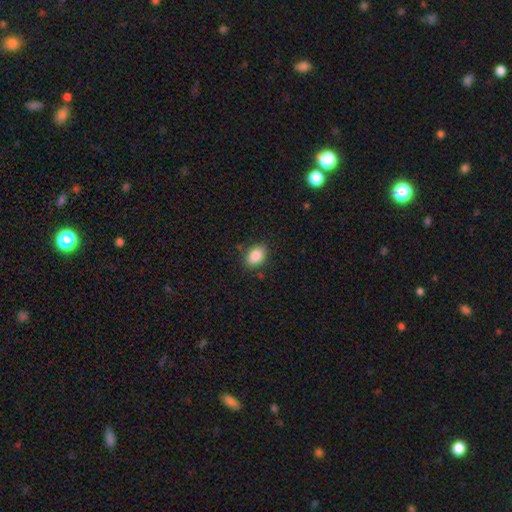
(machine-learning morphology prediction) Smooth or featured? smooth (88%)
How rounded? in between (82%)
Merging? none (85%)